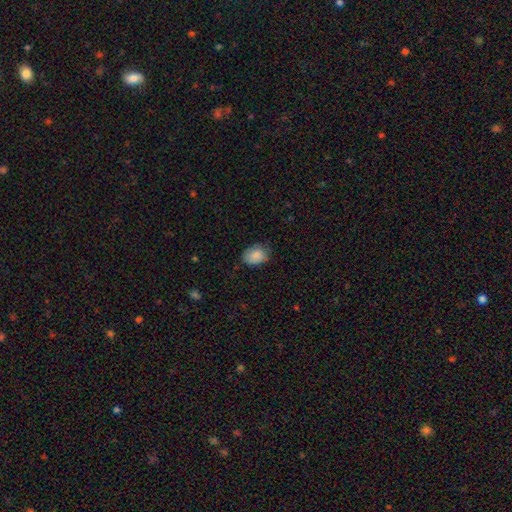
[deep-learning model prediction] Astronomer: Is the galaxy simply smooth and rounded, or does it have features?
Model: smooth — 84%.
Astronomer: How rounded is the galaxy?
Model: in between — 69%.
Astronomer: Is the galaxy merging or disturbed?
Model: none — 63%.